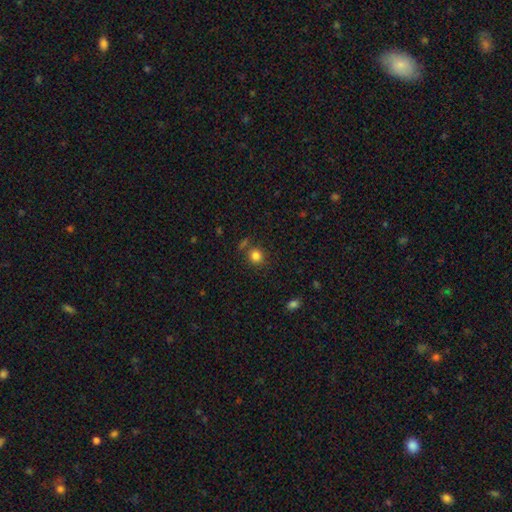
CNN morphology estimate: Smooth or featured? Predicted: smooth (p=0.82). How rounded? Predicted: round (p=0.88). Merging? Predicted: none (p=0.78).